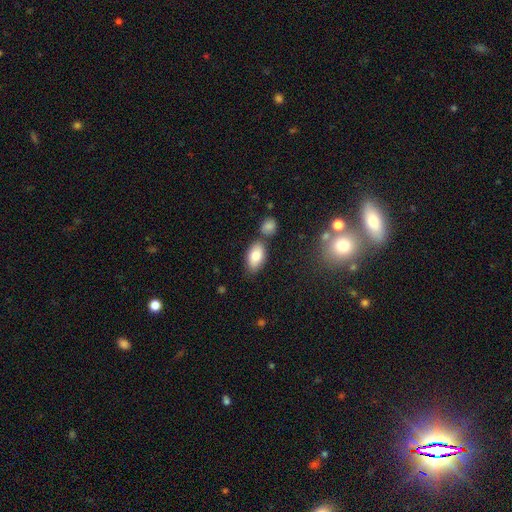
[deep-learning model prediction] Q: Smooth or featured?
A: smooth (81%); runner-up: featured or disk (11%)
Q: How rounded?
A: in between (93%); runner-up: round (4%)
Q: Merging?
A: none (71%); runner-up: minor disturbance (14%)